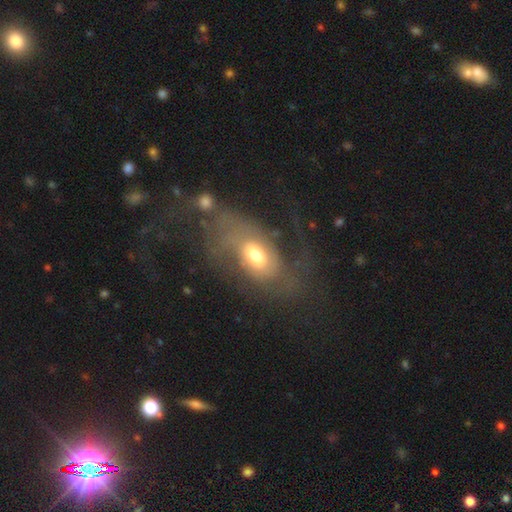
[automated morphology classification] Smooth or featured? Predicted: featured or disk (p=0.50). Edge-on disk? Predicted: no (p=0.92). Merging? Predicted: major disturbance (p=0.41).